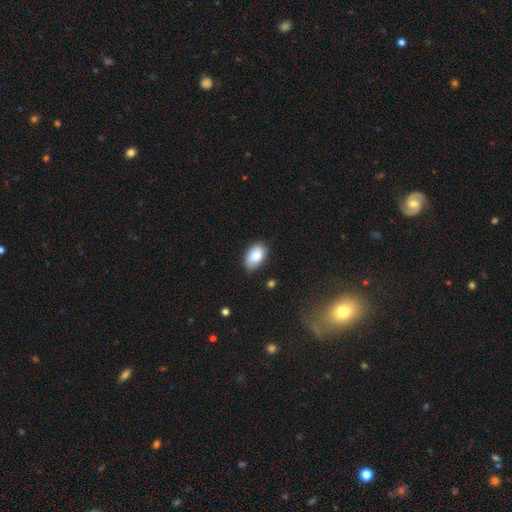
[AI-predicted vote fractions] This appears to be a smooth galaxy with no disk features (84%) that is in between round and cigar-shaped (92%). Merging: none (70%).